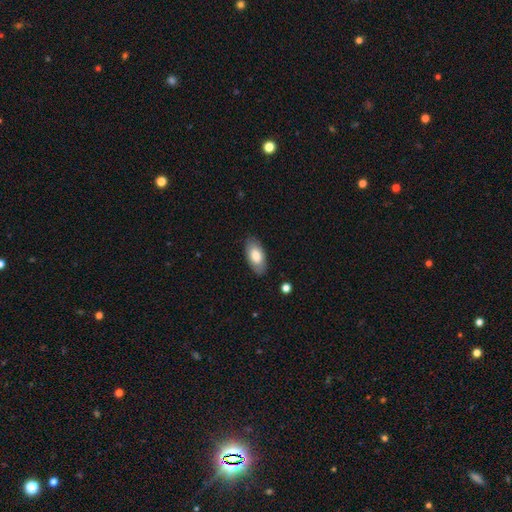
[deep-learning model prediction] Smooth or featured? smooth (75%)
How rounded? in between (93%)
Merging? none (83%)